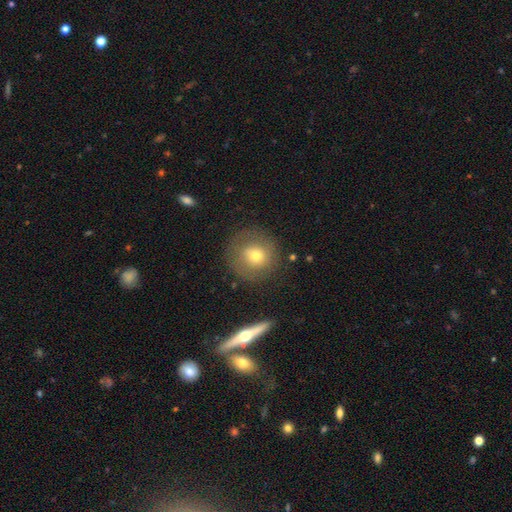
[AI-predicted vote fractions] This is likely a smooth galaxy (62%). How rounded: clearly round (90%). Merging: likely none (77%).